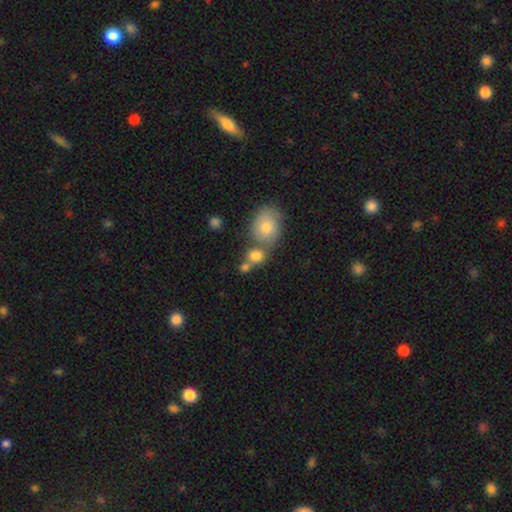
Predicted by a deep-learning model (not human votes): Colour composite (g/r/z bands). It shows a smooth galaxy with no disk features (79%) that is round (65%). Merging: none (42%, tied with merger).